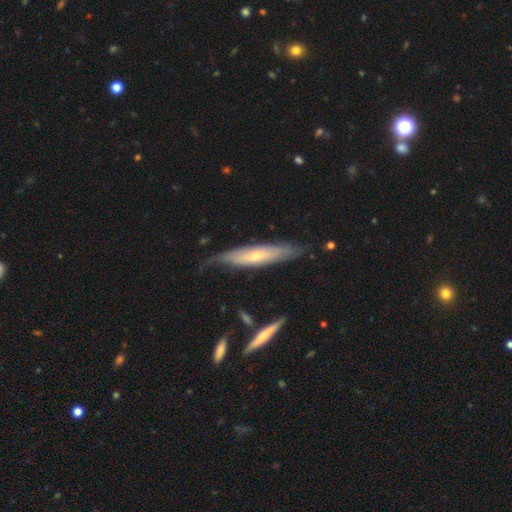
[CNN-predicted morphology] The model was most divided on "smooth or featured": featured or disk: 53%, smooth: 41%, star or artifact: 5%. More confident: merging — none (63%); edge-on disk — yes (60%).